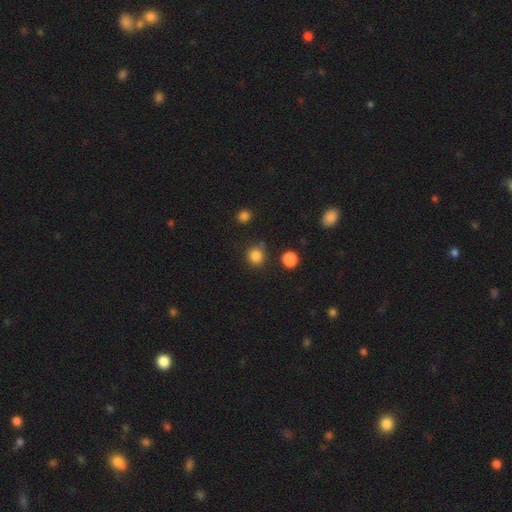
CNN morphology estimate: Smooth or featured?
  - smooth: 84% *
  - star or artifact: 13%
  - featured or disk: 4%
How rounded?
  - round: 88% *
  - in between: 11%
  - cigar-shaped: 1%
Merging?
  - none: 81% *
  - minor disturbance: 10%
  - merger: 6%
  - major disturbance: 4%